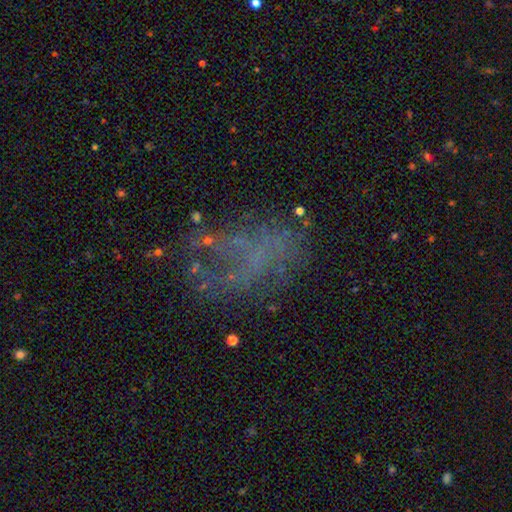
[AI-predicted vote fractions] Smooth or featured?
  - featured or disk: 46% *
  - star or artifact: 27%
  - smooth: 27%
Merging?
  - none: 45% *
  - major disturbance: 32%
  - minor disturbance: 18%
  - merger: 5%